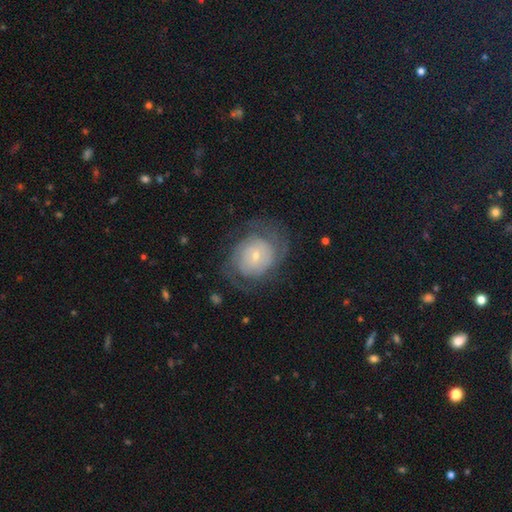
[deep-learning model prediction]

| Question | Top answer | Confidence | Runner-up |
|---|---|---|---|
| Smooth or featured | featured or disk | 72% | smooth (21%) |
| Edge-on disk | no | 97% | yes (3%) |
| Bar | no | 72% | weak (23%) |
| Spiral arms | yes | 84% | no (16%) |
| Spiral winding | tight | 59% | medium (29%) |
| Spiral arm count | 2 | 41% | can't tell (36%) |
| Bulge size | small | 73% | moderate (21%) |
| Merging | none | 66% | minor disturbance (17%) |